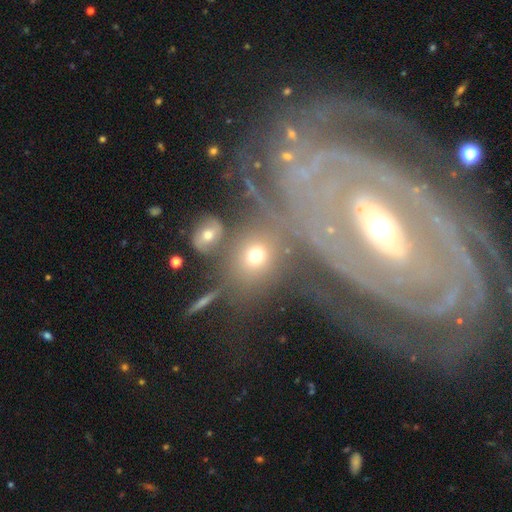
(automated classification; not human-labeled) This appears to be a smooth galaxy with no disk features (64%) that is round (72%). Merging: none (62%).